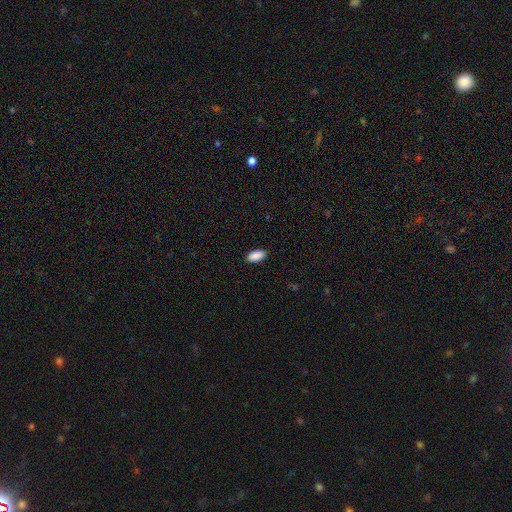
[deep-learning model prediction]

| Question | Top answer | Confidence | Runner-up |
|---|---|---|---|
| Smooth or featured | smooth | 90% | star or artifact (7%) |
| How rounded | in between | 93% | cigar-shaped (4%) |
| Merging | none | 88% | minor disturbance (9%) |